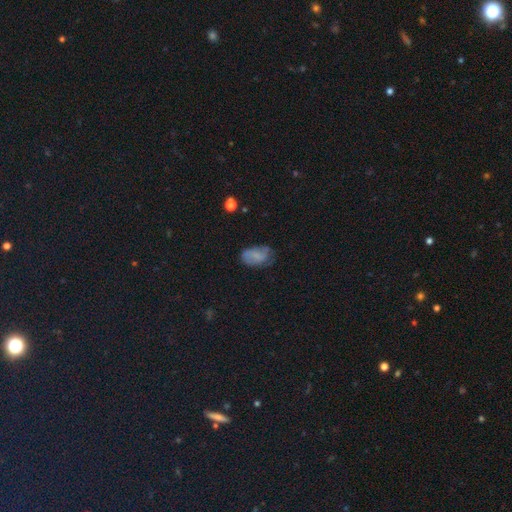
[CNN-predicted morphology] Q: Smooth or featured?
A: smooth (61%); runner-up: featured or disk (29%)
Q: How rounded?
A: in between (90%); runner-up: round (8%)
Q: Merging?
A: none (53%); runner-up: minor disturbance (32%)